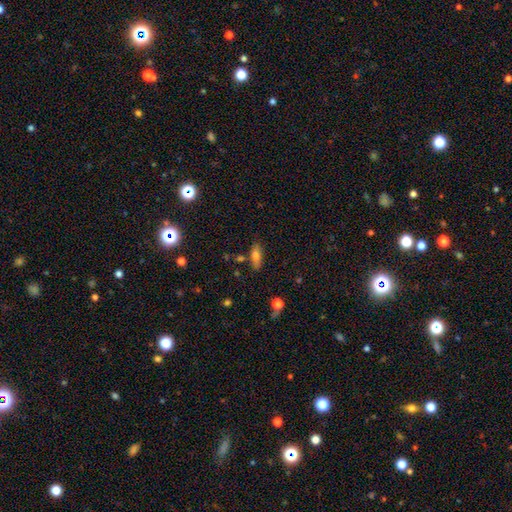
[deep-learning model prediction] Q: Smooth or featured?
A: smooth (73%); runner-up: featured or disk (16%)
Q: How rounded?
A: in between (70%); runner-up: cigar-shaped (26%)
Q: Merging?
A: none (68%); runner-up: minor disturbance (18%)